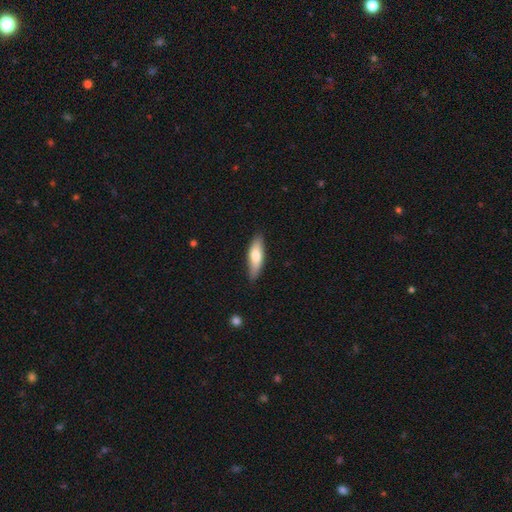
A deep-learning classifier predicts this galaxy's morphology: Q: Smooth or featured?
A: smooth (70%); runner-up: featured or disk (24%)
Q: How rounded?
A: cigar-shaped (54%); runner-up: in between (44%)
Q: Merging?
A: none (84%); runner-up: minor disturbance (13%)